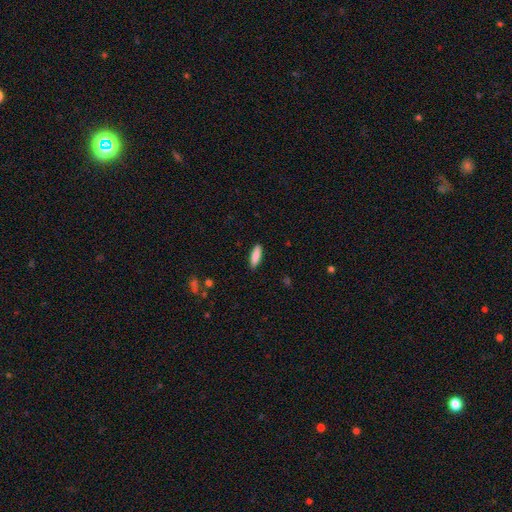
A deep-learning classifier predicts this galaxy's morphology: Overall: smooth (86%). How rounded: cigar-shaped (60%; in between 39%). Merging: none (88%).